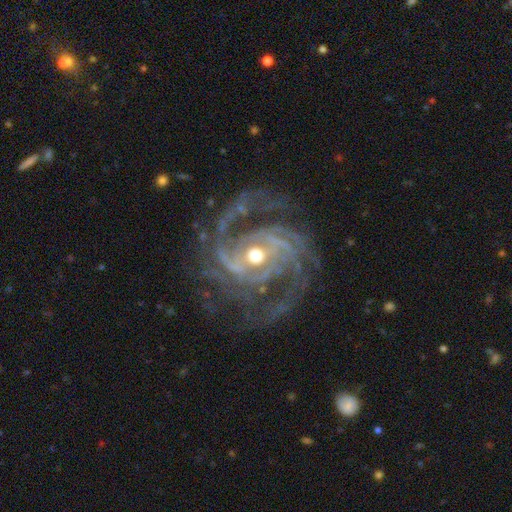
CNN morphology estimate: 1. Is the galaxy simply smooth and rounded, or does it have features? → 91% featured or disk, 5% star or artifact, 3% smooth.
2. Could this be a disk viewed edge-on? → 97% no, 3% yes.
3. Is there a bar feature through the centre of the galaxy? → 56% no, 26% weak, 18% strong.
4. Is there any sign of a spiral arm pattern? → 97% yes, 3% no.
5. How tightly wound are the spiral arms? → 45% tight, 39% medium, 16% loose.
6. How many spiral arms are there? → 23% 2, 19% 3, 18% can't tell, 16% 4, 14% more than 4, 11% 1.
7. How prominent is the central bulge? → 65% moderate, 24% small, 8% large, 1% dominant, 1% none.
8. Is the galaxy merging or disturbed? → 63% none, 18% major disturbance, 16% minor disturbance, 2% merger.